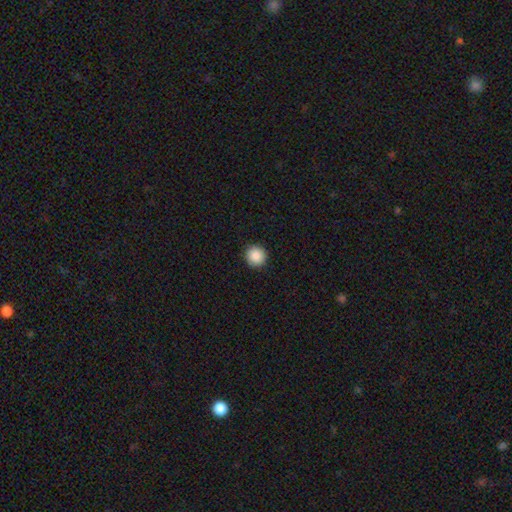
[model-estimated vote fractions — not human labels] A smooth galaxy with no disk features (89%) that is round (95%).

Vote fractions:
- Smooth or featured? smooth: 89% / star or artifact: 9% / featured or disk: 2%
- How rounded? round: 95% / in between: 5% / cigar-shaped: 1%
- Merging? none: 93% / minor disturbance: 5% / major disturbance: 2% / merger: 1%